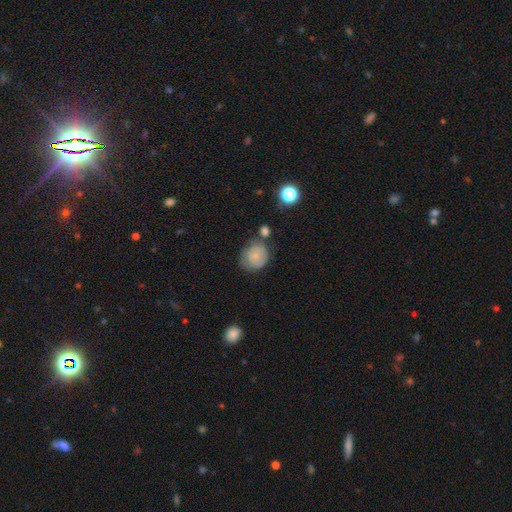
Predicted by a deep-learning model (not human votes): smooth 71%, featured or disk 20%, star or artifact 9%. Down the decision tree: how rounded — round (76%); merging — none (55%).